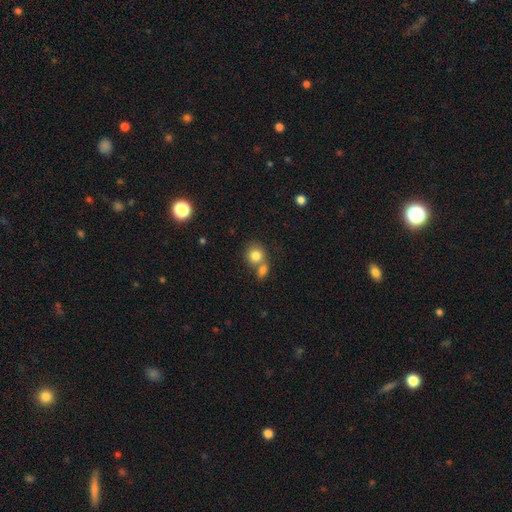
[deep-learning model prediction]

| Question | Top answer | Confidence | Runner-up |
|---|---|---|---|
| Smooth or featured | smooth | 82% | star or artifact (9%) |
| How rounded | round | 80% | in between (19%) |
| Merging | merger | 45% | none (44%) |